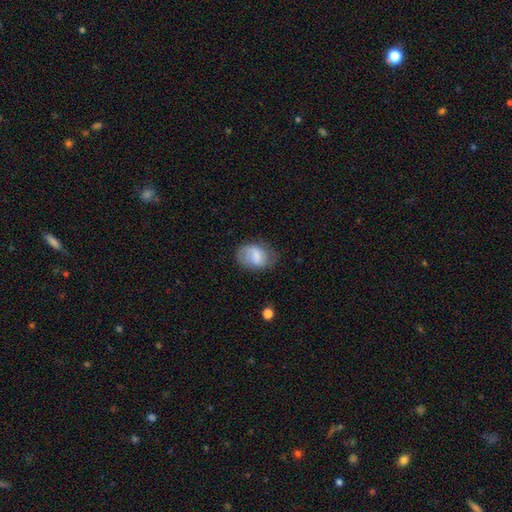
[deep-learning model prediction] Q: Smooth or featured?
A: smooth (63%); runner-up: featured or disk (29%)
Q: How rounded?
A: in between (73%); runner-up: round (26%)
Q: Merging?
A: none (59%); runner-up: minor disturbance (27%)